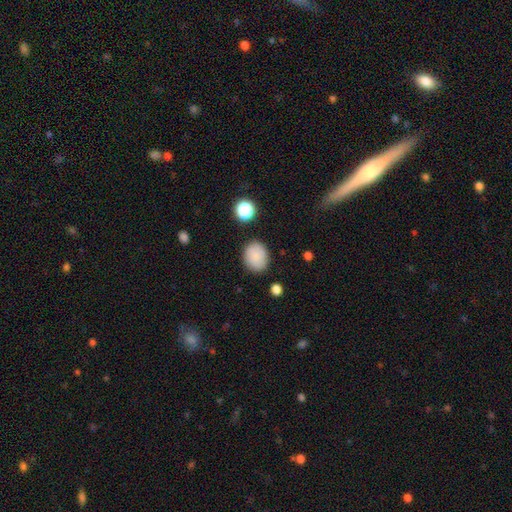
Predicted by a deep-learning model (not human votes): smooth-or-featured: smooth: 85% | star or artifact: 9% | featured or disk: 5%
  how-rounded: round: 62% | in between: 37% | cigar-shaped: 1%
  merging: none: 84% | minor disturbance: 11% | major disturbance: 3% | merger: 2%